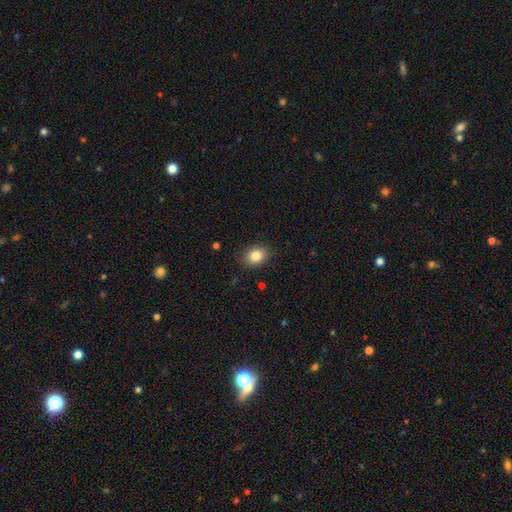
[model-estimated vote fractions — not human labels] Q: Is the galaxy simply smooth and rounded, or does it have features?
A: smooth — 83%.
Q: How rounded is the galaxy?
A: in between — 60%.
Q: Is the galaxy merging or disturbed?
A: none — 87%.